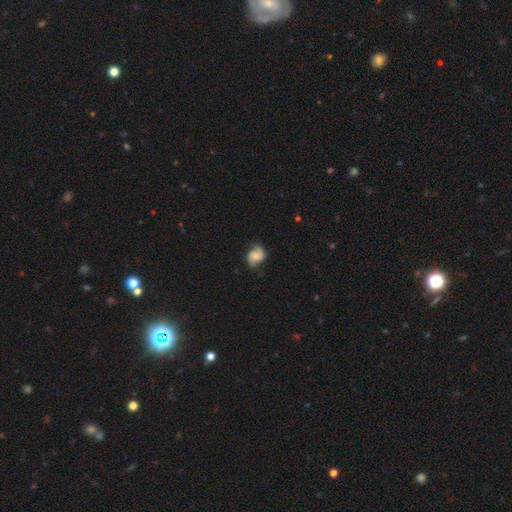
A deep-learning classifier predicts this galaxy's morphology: featured or disk 48%, smooth 43%, star or artifact 9%. Down the decision tree: merging — none (61%).